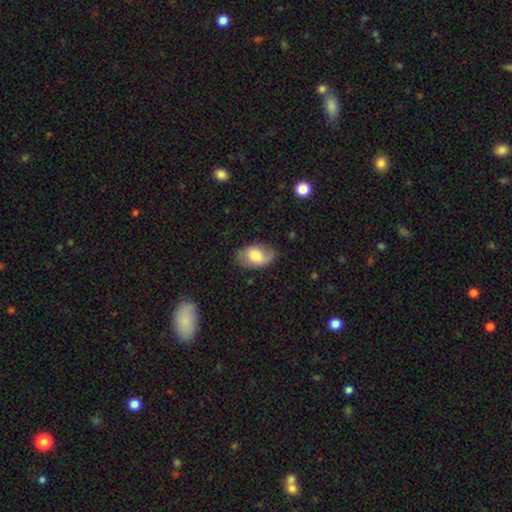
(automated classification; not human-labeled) The model was most divided on "smooth or featured": smooth: 56%, featured or disk: 36%, star or artifact: 8%. More confident: how rounded — in between (87%); merging — none (68%).